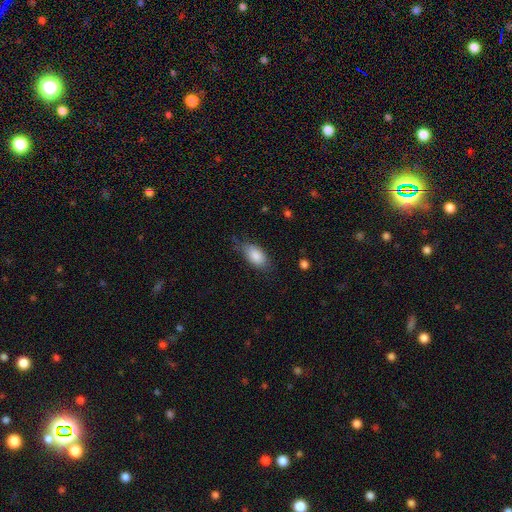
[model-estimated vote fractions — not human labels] Smooth or featured? Predicted: smooth (p=0.86). How rounded? Predicted: in between (p=0.92). Merging? Predicted: none (p=0.66).